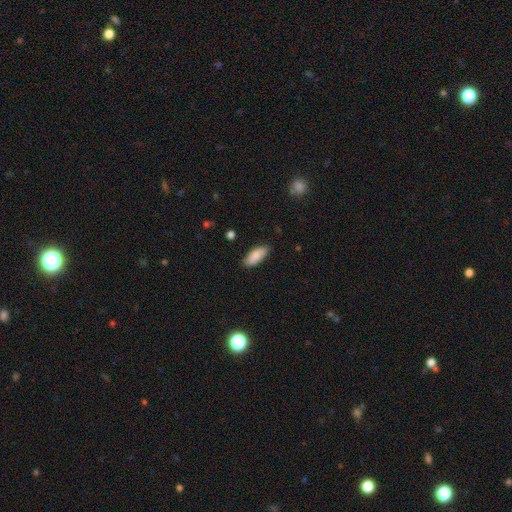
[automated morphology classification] The model was most divided on "how rounded": in between: 80%, cigar-shaped: 18%, round: 2%. More confident: merging — none (85%); smooth or featured — smooth (84%).